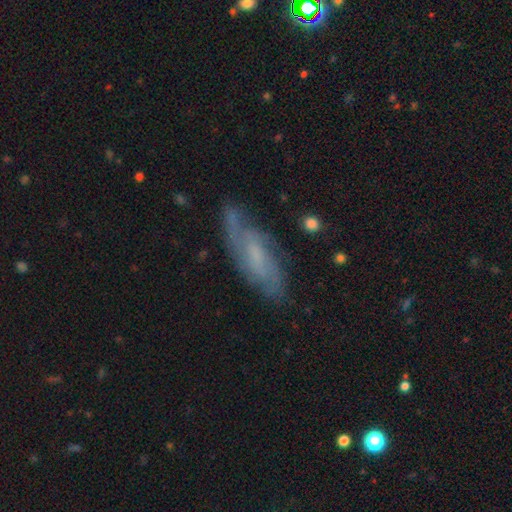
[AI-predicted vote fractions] Q: Smooth or featured?
A: featured or disk (63%); runner-up: smooth (28%)
Q: Edge-on disk?
A: no (80%); runner-up: yes (20%)
Q: Bar?
A: no (54%); runner-up: weak (38%)
Q: Spiral arms?
A: yes (84%); runner-up: no (16%)
Q: Bulge size?
A: small (37%); runner-up: none (35%)
Q: Merging?
A: none (69%); runner-up: minor disturbance (21%)